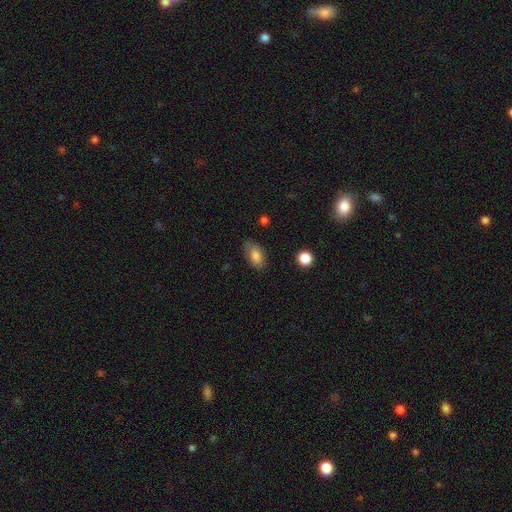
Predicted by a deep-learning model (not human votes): Q: Smooth or featured?
A: smooth (82%); runner-up: featured or disk (10%)
Q: How rounded?
A: in between (90%); runner-up: round (7%)
Q: Merging?
A: none (72%); runner-up: minor disturbance (21%)